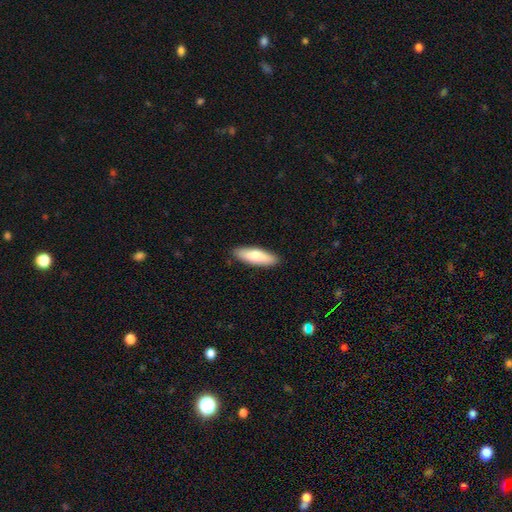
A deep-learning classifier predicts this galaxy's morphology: This is likely a smooth galaxy (79%). How rounded: possibly cigar-shaped (51%). Merging: clearly none (89%).